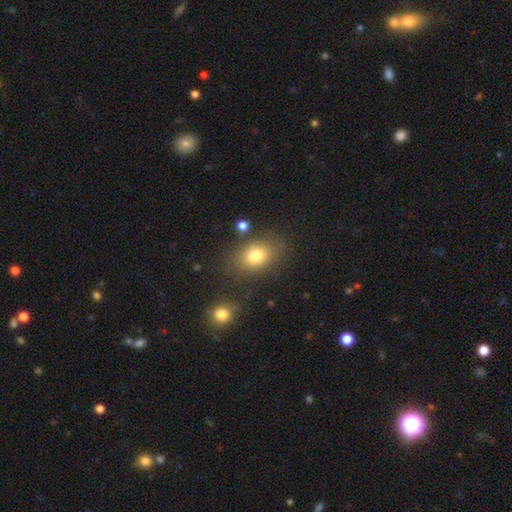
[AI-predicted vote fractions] smooth-or-featured: smooth: 79% | star or artifact: 11% | featured or disk: 11%
  how-rounded: in between: 66% | round: 32% | cigar-shaped: 1%
  merging: none: 74% | minor disturbance: 14% | merger: 6% | major disturbance: 6%